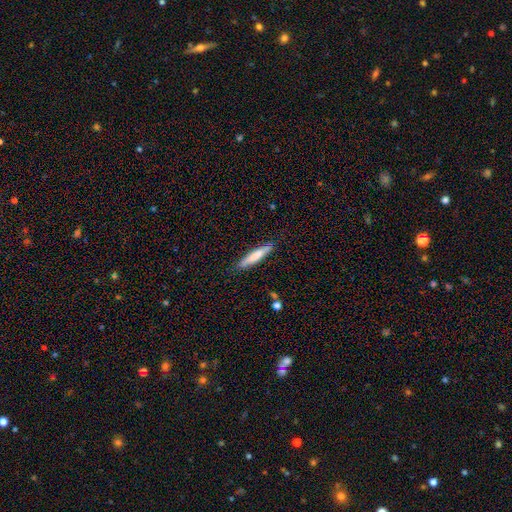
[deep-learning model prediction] Smooth or featured?
  - smooth: 71% *
  - featured or disk: 23%
  - star or artifact: 6%
How rounded?
  - cigar-shaped: 90% *
  - in between: 9%
  - round: 1%
Merging?
  - none: 86% *
  - minor disturbance: 10%
  - major disturbance: 2%
  - merger: 1%